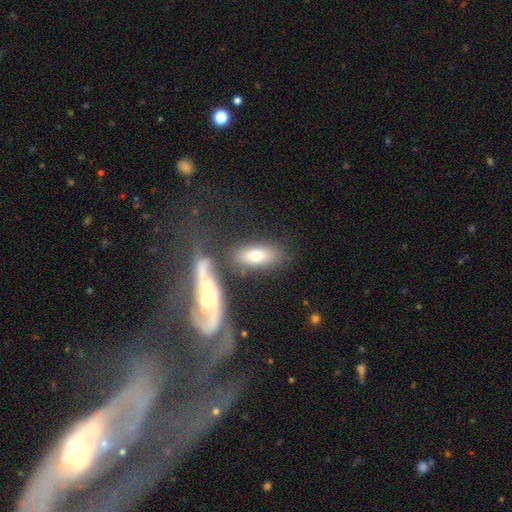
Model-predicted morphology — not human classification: smooth_or_featured: smooth (p=0.68) [alt: featured or disk p=0.24]
how_rounded: in between (p=0.75) [alt: cigar-shaped p=0.20]
merging: none (p=0.65) [alt: merger p=0.16]